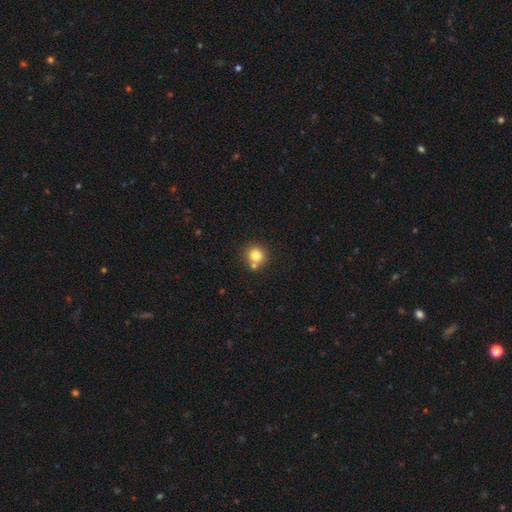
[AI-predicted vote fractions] A smooth galaxy with no disk features (80%) that is round (89%). Merging: none (67%).